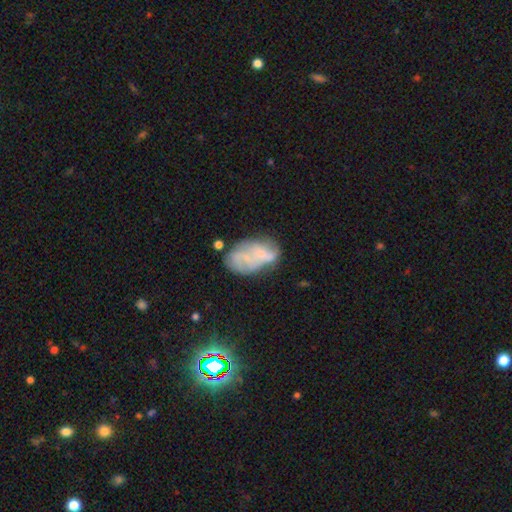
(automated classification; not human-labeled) Morphology: type=featured or disk (50%); edge-on=no (97%); merging=none (41%).